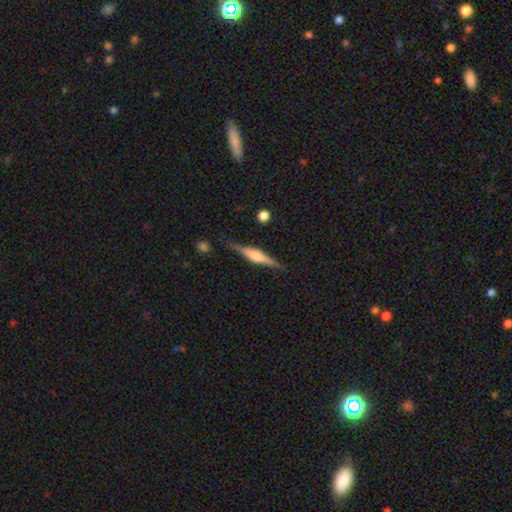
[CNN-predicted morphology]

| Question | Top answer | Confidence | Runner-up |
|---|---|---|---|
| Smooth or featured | featured or disk | 74% | smooth (20%) |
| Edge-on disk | yes | 98% | no (2%) |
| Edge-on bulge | rounded | 74% | boxy (21%) |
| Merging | none | 87% | minor disturbance (10%) |